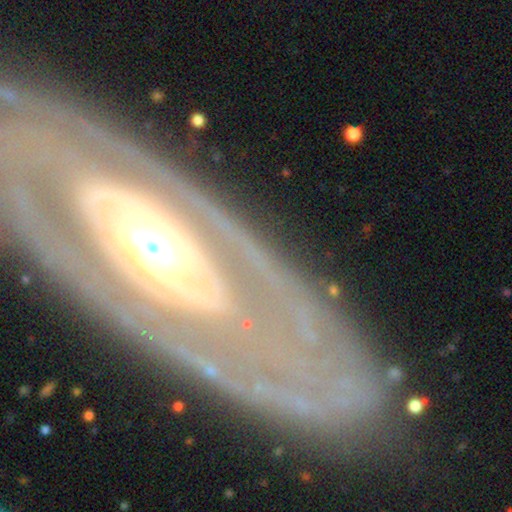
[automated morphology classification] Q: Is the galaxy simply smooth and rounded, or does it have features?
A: featured or disk — 85%.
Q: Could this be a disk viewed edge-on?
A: no — 83%.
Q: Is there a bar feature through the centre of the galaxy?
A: no — 61%.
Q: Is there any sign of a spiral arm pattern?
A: yes — 67%.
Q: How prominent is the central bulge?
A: moderate — 64%.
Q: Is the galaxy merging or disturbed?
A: none — 77%.